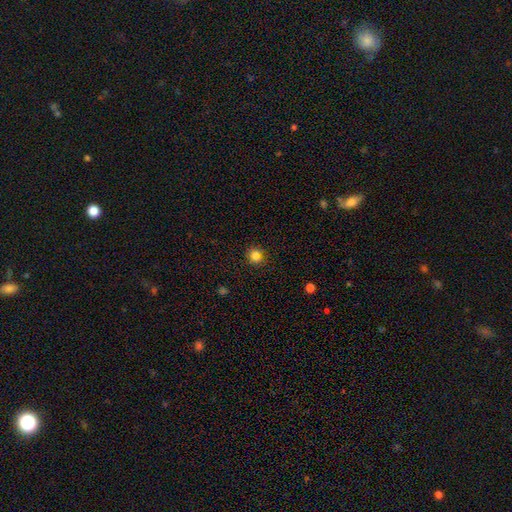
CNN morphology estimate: A smooth galaxy with no disk features (83%) that is round (89%). Merging: none (90%).